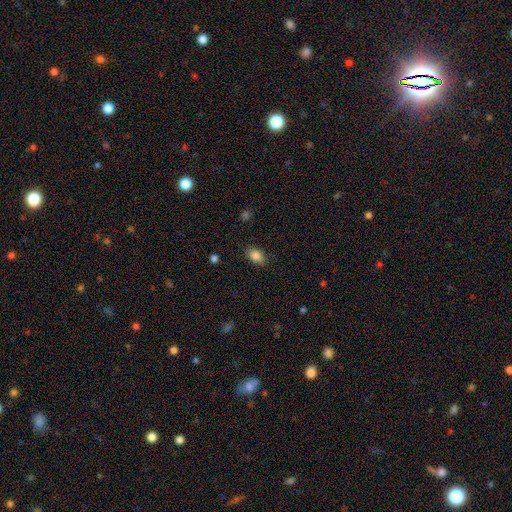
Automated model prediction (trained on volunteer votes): smooth_or_featured: smooth (p=0.86) [alt: star or artifact p=0.09]
how_rounded: in between (p=0.85) [alt: round p=0.13]
merging: none (p=0.86) [alt: minor disturbance p=0.10]